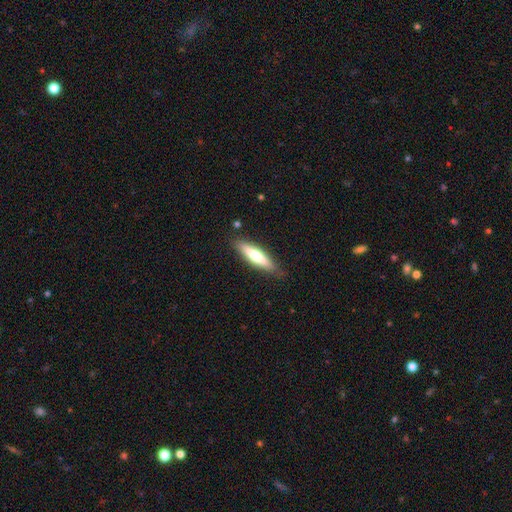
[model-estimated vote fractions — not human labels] smooth 58%, featured or disk 36%, star or artifact 5%. Down the decision tree: how rounded — cigar-shaped (73%); merging — none (85%).